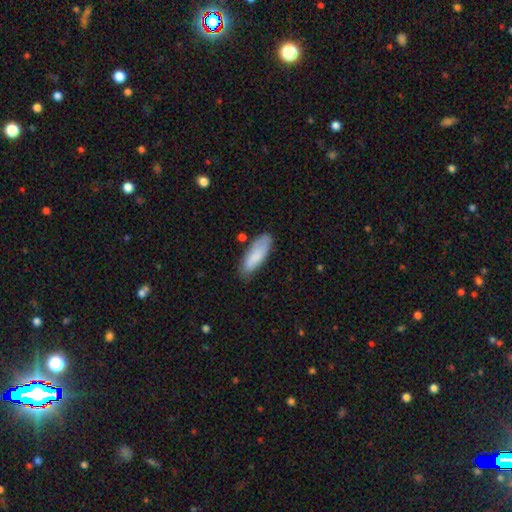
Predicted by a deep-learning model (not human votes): smooth_or_featured: smooth (p=0.83) [alt: featured or disk p=0.11]
how_rounded: in between (p=0.62) [alt: cigar-shaped p=0.36]
merging: none (p=0.71) [alt: minor disturbance p=0.22]